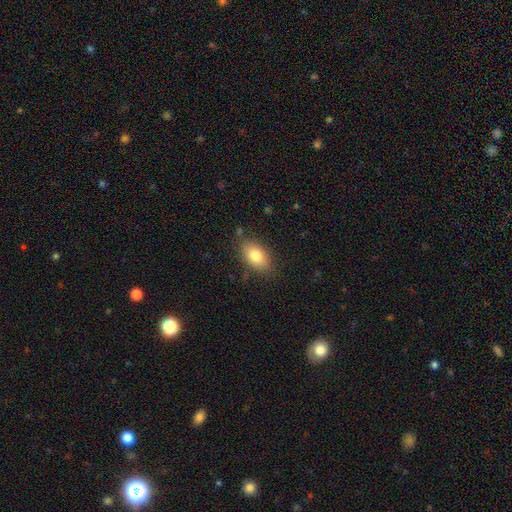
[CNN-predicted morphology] Smooth or featured? Predicted: smooth (p=0.81). How rounded? Predicted: in between (p=0.89). Merging? Predicted: none (p=0.81).